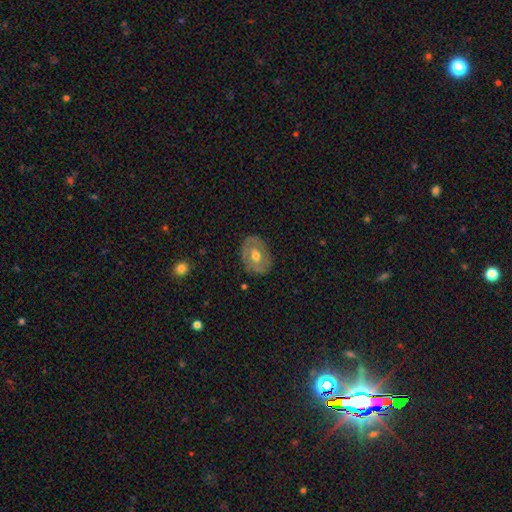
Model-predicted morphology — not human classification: smooth-or-featured: featured or disk: 52% | smooth: 41% | star or artifact: 7%
  disk-edge-on: no: 93% | yes: 7%
  merging: none: 76% | minor disturbance: 17% | major disturbance: 5% | merger: 1%